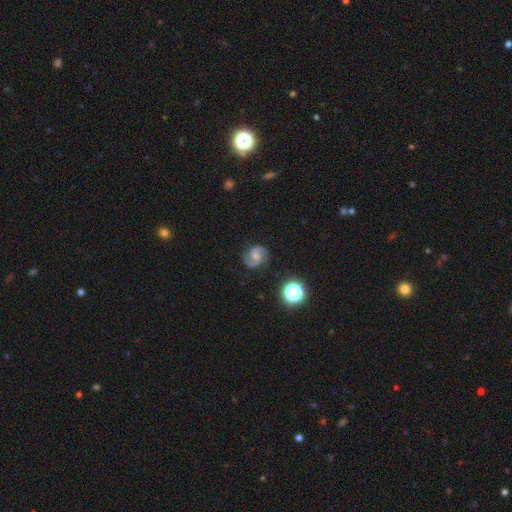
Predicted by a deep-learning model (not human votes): Overall: featured or disk (86%). Edge-on disk: no (98%). Bar: no (49%; weak 41%). Spiral arms: yes (98%). Spiral arm count: 2 (93%). Spiral winding: medium (56%; tight 32%). Bulge size: small (41%; moderate 38%). Merging: none (84%).